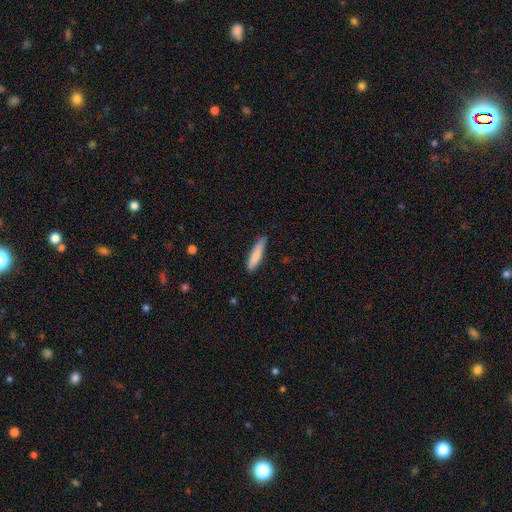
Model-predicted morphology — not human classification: The model was most divided on "merging": none: 81%, minor disturbance: 16%, major disturbance: 2%, merger: 1%. More confident: smooth or featured — smooth (83%); how rounded — cigar-shaped (83%).